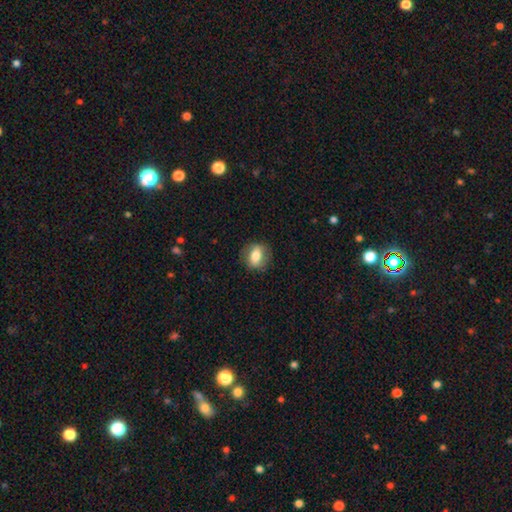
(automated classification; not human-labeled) This appears to be a smooth galaxy with no disk features (67%) that is in between round and cigar-shaped (60%). Merging: none (82%).